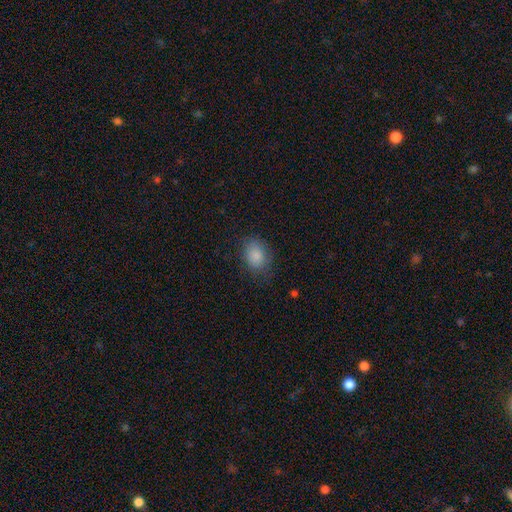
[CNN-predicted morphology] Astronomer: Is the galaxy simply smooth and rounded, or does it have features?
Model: smooth — 86%.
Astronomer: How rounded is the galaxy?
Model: in between — 62% (runner-up: round, 37%).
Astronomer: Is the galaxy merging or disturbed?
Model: none — 74%.